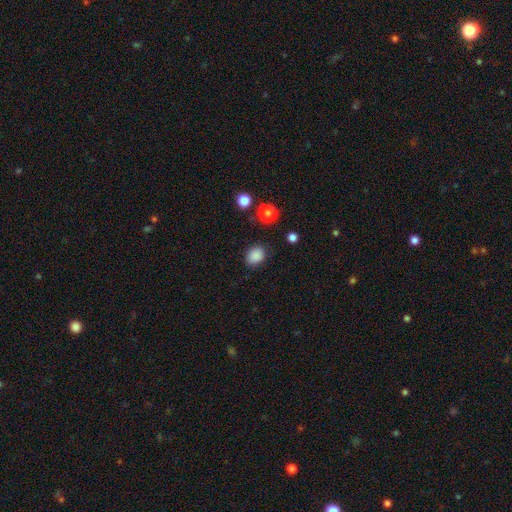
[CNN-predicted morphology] type=smooth (86%); roundness=in between (53%); merging=none (83%).